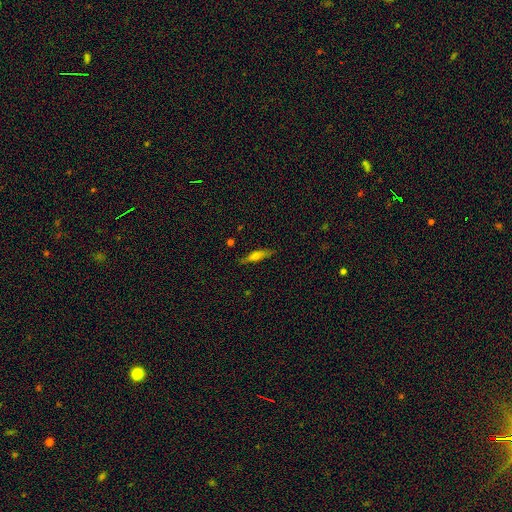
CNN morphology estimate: smooth-or-featured: smooth: 53% | featured or disk: 38% | star or artifact: 9%
  how-rounded: cigar-shaped: 77% | in between: 21% | round: 2%
  merging: none: 83% | minor disturbance: 13% | major disturbance: 3% | merger: 2%